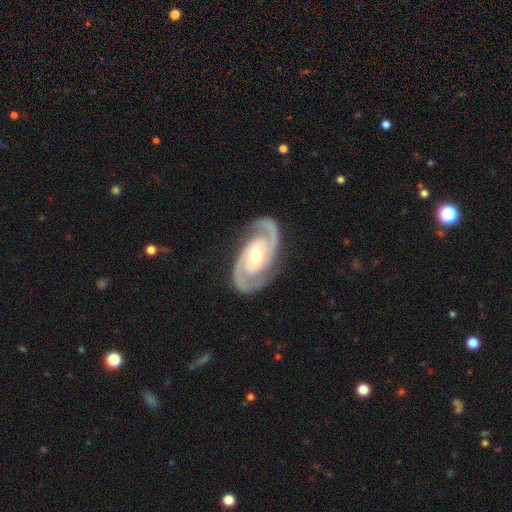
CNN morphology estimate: The model was most divided on "spiral winding": medium: 47%, tight: 45%, loose: 8%. More confident: spiral arms — yes (98%); edge-on disk — no (97%); spiral arm count — 2 (94%); smooth or featured — featured or disk (94%); merging — none (84%); bulge size — moderate (70%); bar — no (58%).